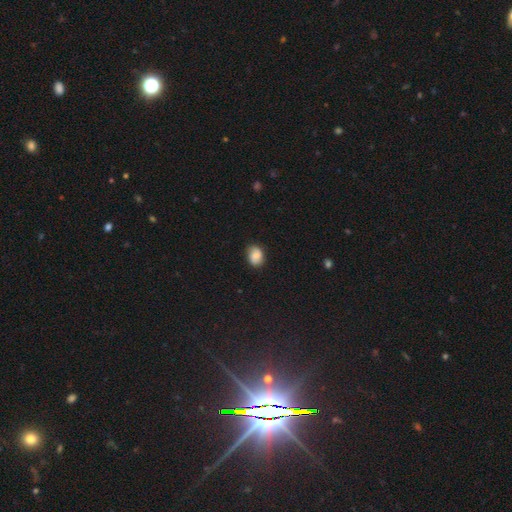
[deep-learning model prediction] smooth_or_featured: smooth (p=0.76) [alt: featured or disk p=0.15]
how_rounded: in between (p=0.60) [alt: round p=0.39]
merging: none (p=0.80) [alt: minor disturbance p=0.15]